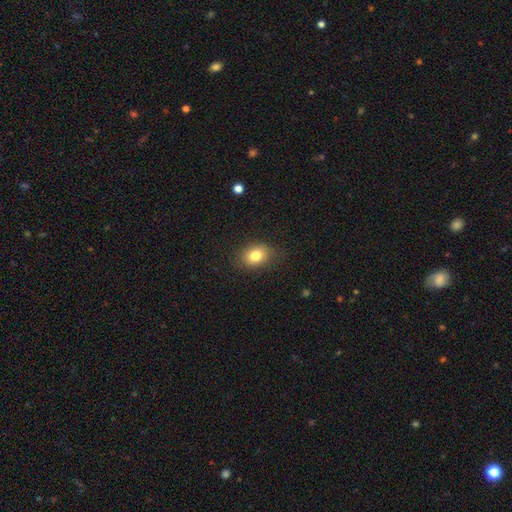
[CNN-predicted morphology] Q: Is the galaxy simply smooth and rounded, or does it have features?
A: smooth — 65%.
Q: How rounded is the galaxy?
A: round — 50%.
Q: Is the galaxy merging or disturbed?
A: none — 90%.